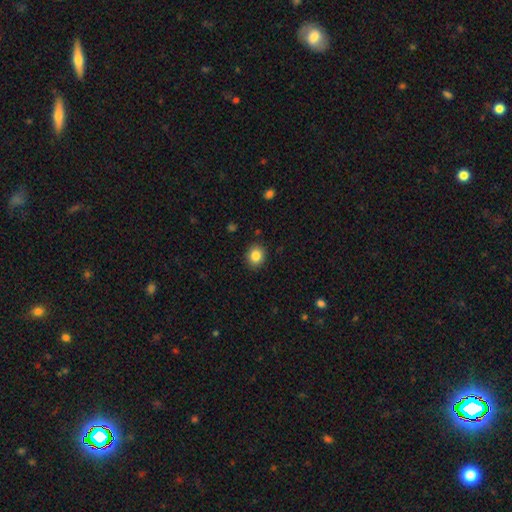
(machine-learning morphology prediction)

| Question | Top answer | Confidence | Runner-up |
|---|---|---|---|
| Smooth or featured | smooth | 85% | star or artifact (10%) |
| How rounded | round | 69% | in between (30%) |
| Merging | none | 89% | minor disturbance (8%) |